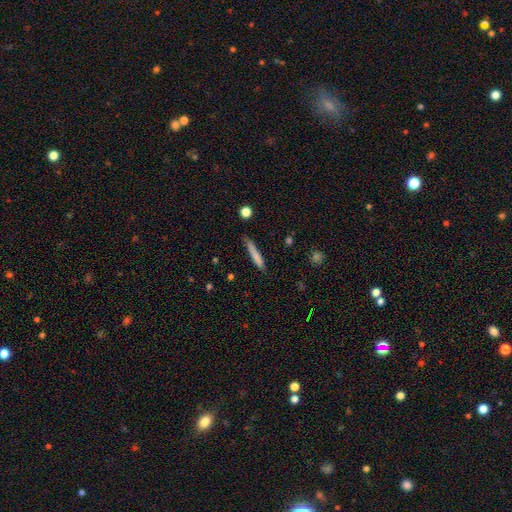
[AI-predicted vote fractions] smooth_or_featured: smooth (p=0.75) [alt: featured or disk p=0.18]
how_rounded: cigar-shaped (p=0.95) [alt: in between p=0.04]
merging: none (p=0.81) [alt: minor disturbance p=0.14]